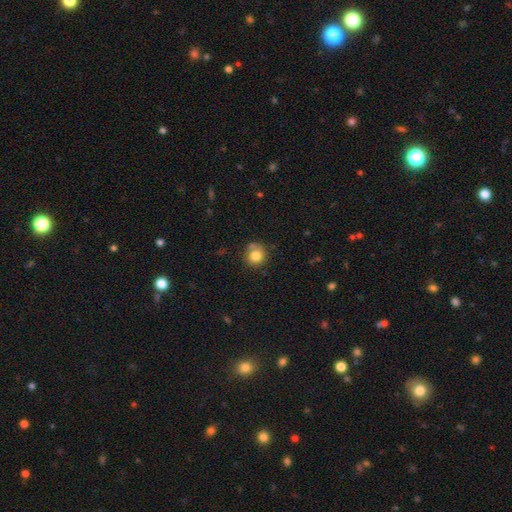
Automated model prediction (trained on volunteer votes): Smooth or featured? smooth (81%)
How rounded? round (89%)
Merging? none (69%)